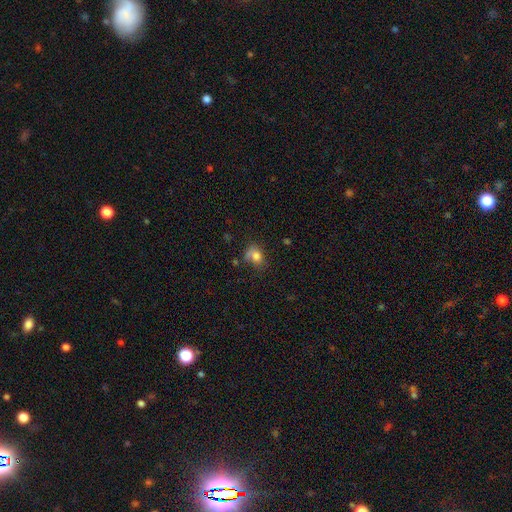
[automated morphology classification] Smooth or featured? Predicted: smooth (p=0.78). How rounded? Predicted: in between (p=0.58). Merging? Predicted: none (p=0.49).